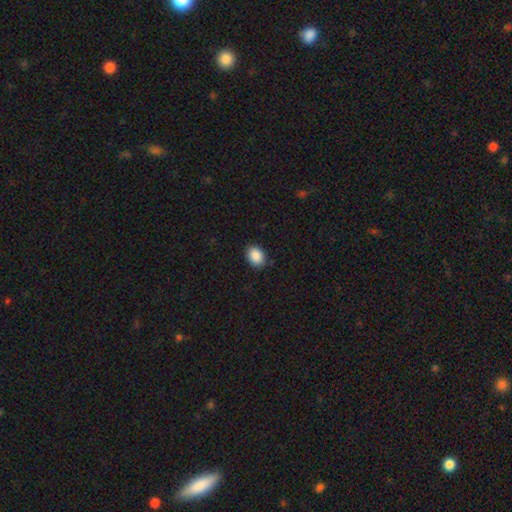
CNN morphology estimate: A smooth galaxy with no disk features (89%) that is in between round and cigar-shaped (64%). Merging: none (87%).